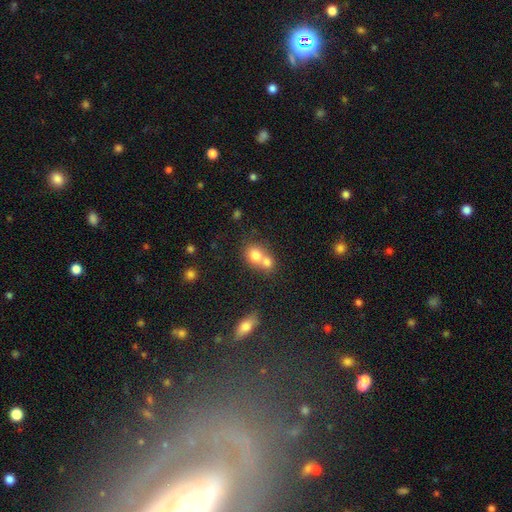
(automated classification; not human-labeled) Smooth or featured? smooth (76%)
How rounded? round (65%)
Merging? merger (65%)